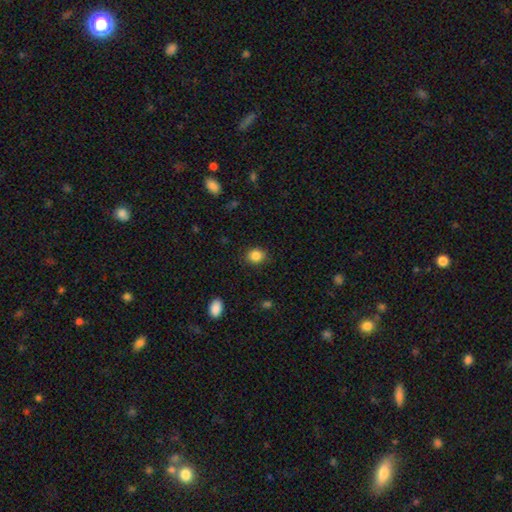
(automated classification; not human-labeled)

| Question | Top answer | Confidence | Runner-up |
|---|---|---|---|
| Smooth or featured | smooth | 86% | star or artifact (10%) |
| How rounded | round | 69% | in between (30%) |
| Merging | none | 88% | minor disturbance (9%) |